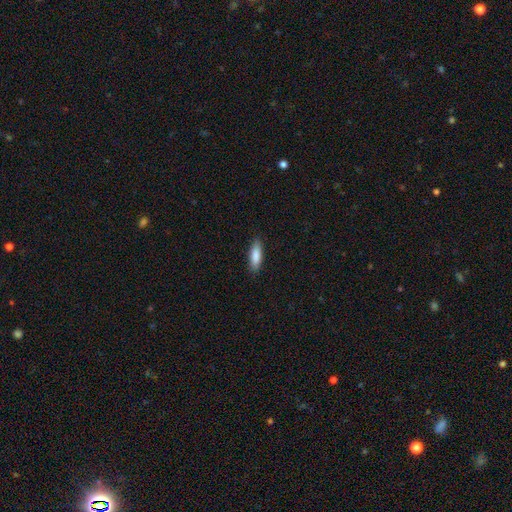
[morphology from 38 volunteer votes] Smooth or featured?
  - smooth: 84% *
  - featured or disk: 8%
  - star or artifact: 8%
How rounded?
  - cigar-shaped: 62% *
  - in between: 38%
  - round: 0%
Merging?
  - none: 94% *
  - minor disturbance: 6%
  - major disturbance: 0%
  - merger: 0%